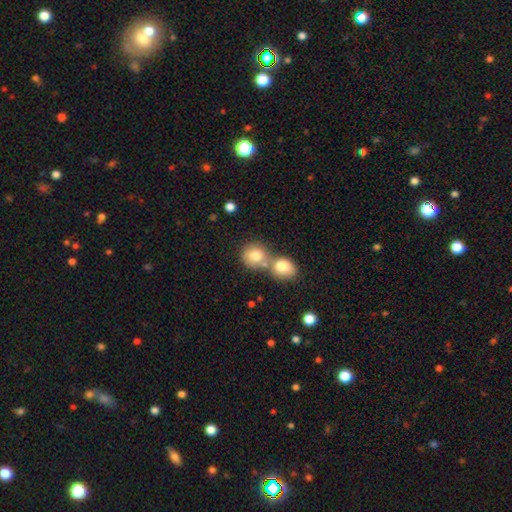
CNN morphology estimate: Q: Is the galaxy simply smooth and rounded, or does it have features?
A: smooth — 77%.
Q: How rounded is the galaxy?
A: round — 81%.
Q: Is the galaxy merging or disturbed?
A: merger — 55%.